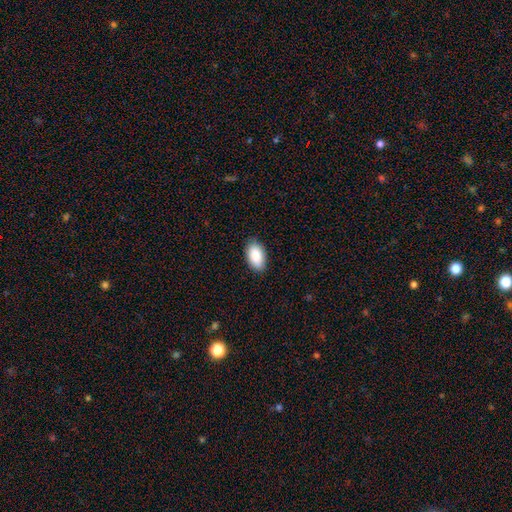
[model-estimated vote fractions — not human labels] A smooth galaxy with no disk features (88%) that is in between round and cigar-shaped (95%).

Vote fractions:
- Smooth or featured? smooth: 88% / star or artifact: 6% / featured or disk: 5%
- How rounded? in between: 95% / round: 3% / cigar-shaped: 2%
- Merging? none: 87% / minor disturbance: 10% / major disturbance: 2% / merger: 1%